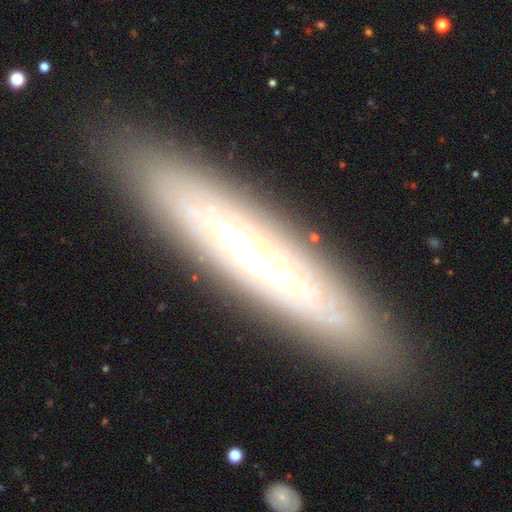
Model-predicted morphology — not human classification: smooth-or-featured: featured or disk: 68% | smooth: 23% | star or artifact: 8%
  disk-edge-on: yes: 68% | no: 32%
  merging: none: 85% | minor disturbance: 10% | major disturbance: 3% | merger: 1%